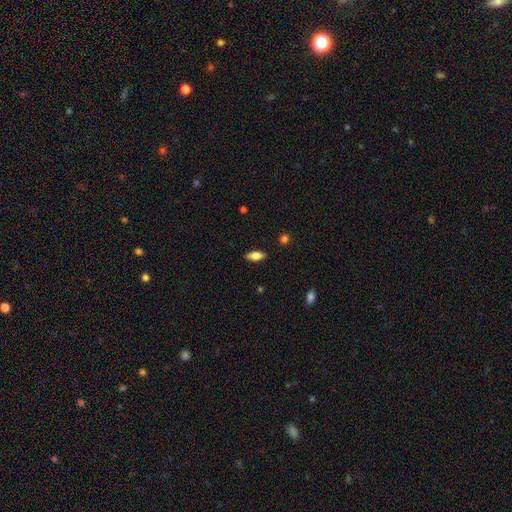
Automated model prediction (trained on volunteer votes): smooth_or_featured: smooth (p=0.74) [alt: featured or disk p=0.19]
how_rounded: in between (p=0.79) [alt: cigar-shaped p=0.18]
merging: none (p=0.88) [alt: minor disturbance p=0.09]